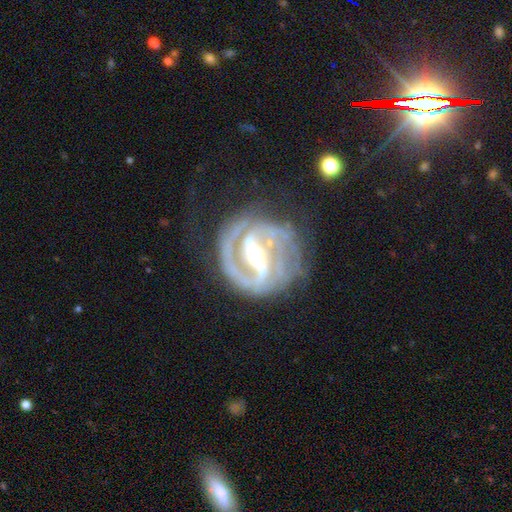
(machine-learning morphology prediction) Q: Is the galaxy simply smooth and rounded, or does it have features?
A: featured or disk — 91%.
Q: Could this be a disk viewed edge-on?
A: no — 97%.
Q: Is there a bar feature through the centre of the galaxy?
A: strong — 72%.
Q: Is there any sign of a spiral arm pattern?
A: yes — 96%.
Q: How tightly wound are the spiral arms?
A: tight — 53%.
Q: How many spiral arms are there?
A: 2 — 69%.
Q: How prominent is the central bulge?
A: moderate — 55%.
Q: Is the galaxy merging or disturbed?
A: none — 66%.